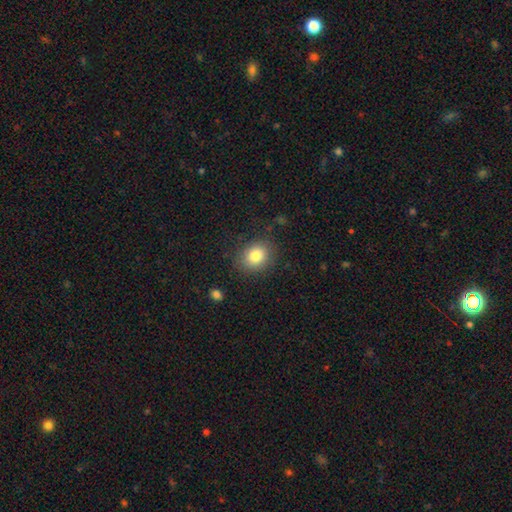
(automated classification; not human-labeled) Smooth or featured? smooth (82%)
How rounded? round (53%)
Merging? none (84%)